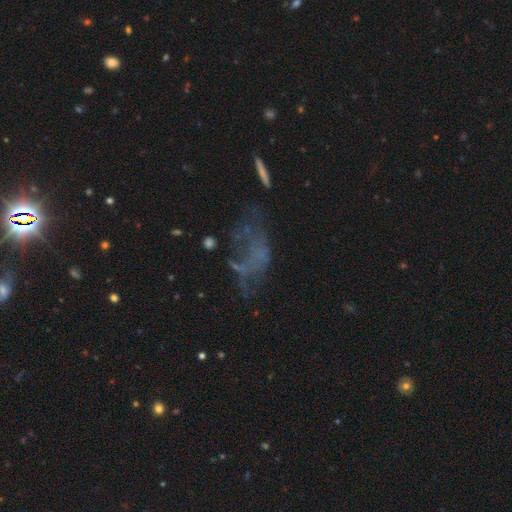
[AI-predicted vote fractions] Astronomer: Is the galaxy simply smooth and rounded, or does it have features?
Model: featured or disk — 47% (runner-up: smooth, 28%).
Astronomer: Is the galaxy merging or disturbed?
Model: major disturbance — 41% (runner-up: none, 33%).